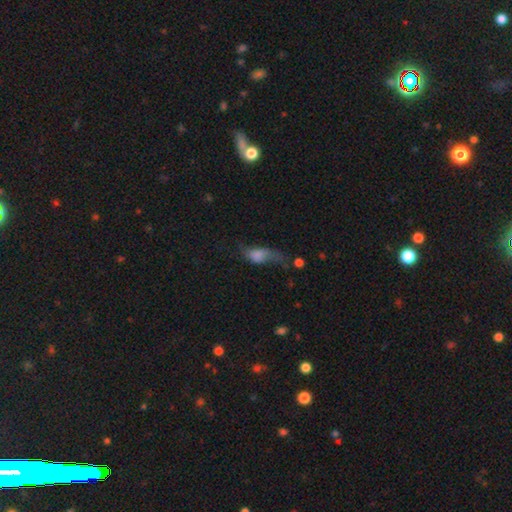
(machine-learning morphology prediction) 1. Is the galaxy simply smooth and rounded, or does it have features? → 56% smooth, 31% featured or disk, 13% star or artifact.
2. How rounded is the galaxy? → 73% in between, 17% cigar-shaped, 10% round.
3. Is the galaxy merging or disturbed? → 44% major disturbance, 26% none, 24% minor disturbance, 7% merger.